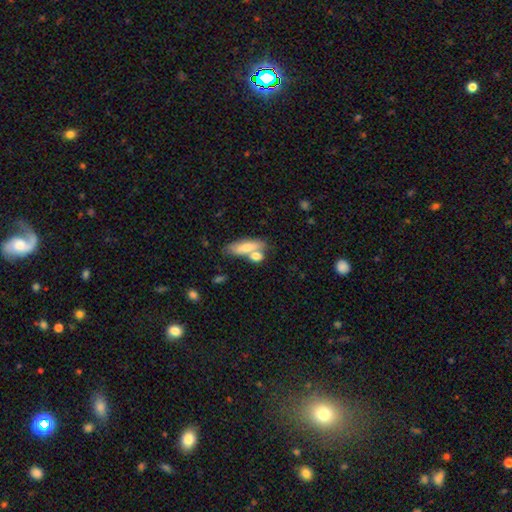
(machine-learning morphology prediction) The model was most divided on "merging": none: 43%, merger: 40%, minor disturbance: 12%, major disturbance: 5%. More confident: smooth or featured — smooth (71%); how rounded — in between (55%).